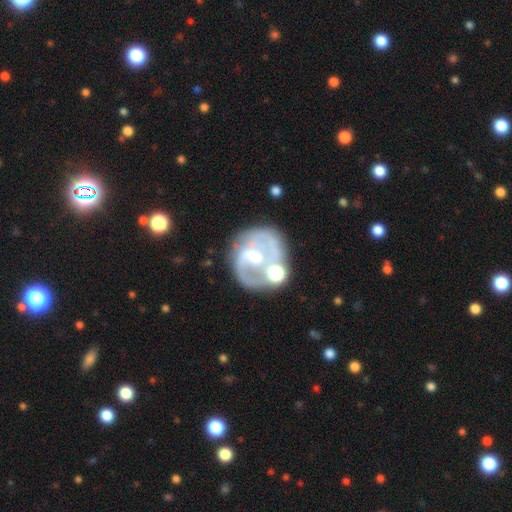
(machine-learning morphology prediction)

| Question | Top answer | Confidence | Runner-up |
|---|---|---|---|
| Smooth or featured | featured or disk | 76% | smooth (16%) |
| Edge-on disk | no | 98% | yes (2%) |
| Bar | weak | 46% | no (35%) |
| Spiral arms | yes | 79% | no (21%) |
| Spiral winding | medium | 46% | tight (29%) |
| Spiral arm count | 2 | 65% | can't tell (14%) |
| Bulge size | moderate | 47% | small (38%) |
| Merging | none | 53% | minor disturbance (18%) |